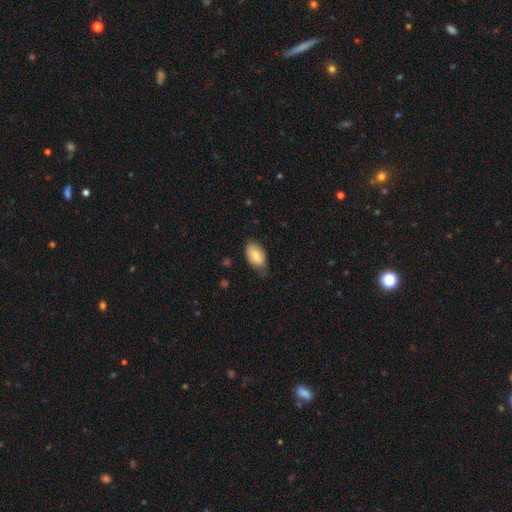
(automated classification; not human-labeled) smooth 79%, featured or disk 15%, star or artifact 6%. Down the decision tree: how rounded — in between (93%); merging — none (63%).